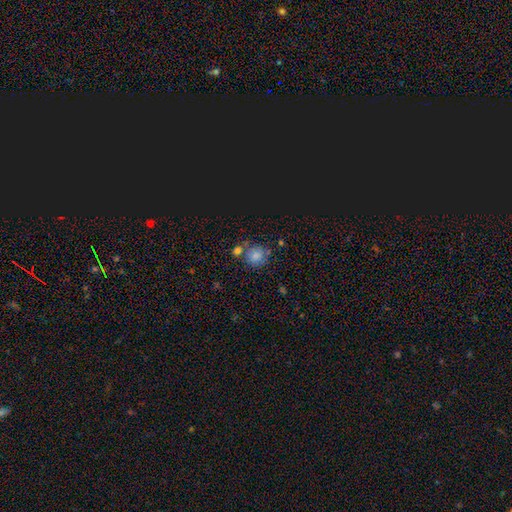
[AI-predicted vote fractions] Smooth or featured? Predicted: smooth (p=0.72). How rounded? Predicted: round (p=0.85). Merging? Predicted: none (p=0.64).